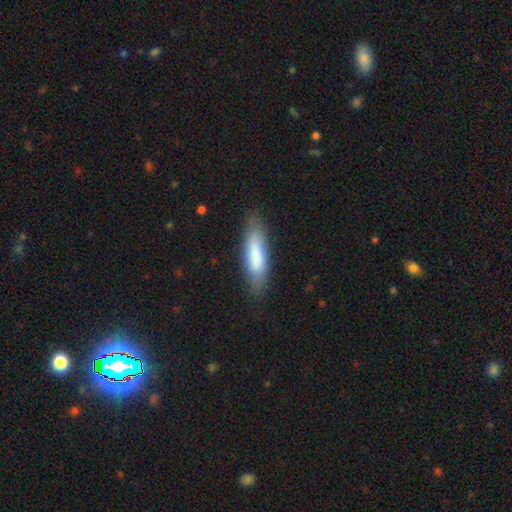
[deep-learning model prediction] Smooth or featured? Predicted: smooth (p=0.81). How rounded? Predicted: cigar-shaped (p=0.59). Merging? Predicted: none (p=0.81).